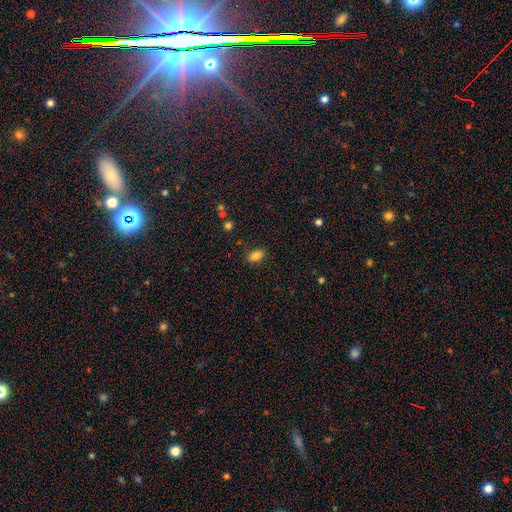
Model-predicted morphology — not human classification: A smooth galaxy with no disk features (85%) that is in between round and cigar-shaped (88%). Merging: none (85%).